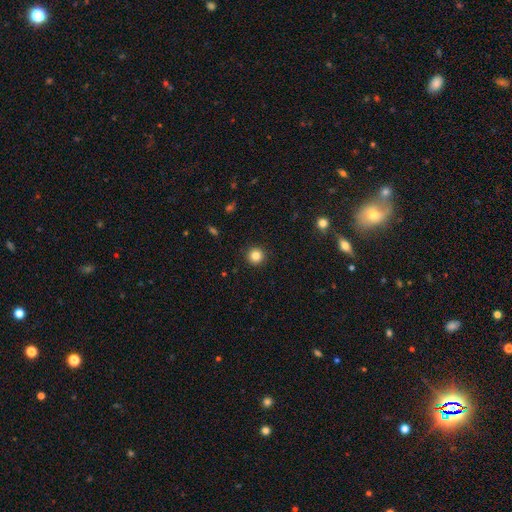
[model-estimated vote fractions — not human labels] Q: Smooth or featured?
A: smooth (84%); runner-up: star or artifact (11%)
Q: How rounded?
A: round (96%); runner-up: in between (3%)
Q: Merging?
A: none (93%); runner-up: minor disturbance (4%)